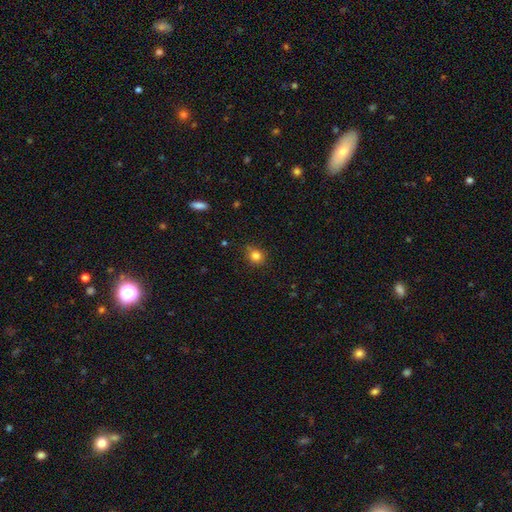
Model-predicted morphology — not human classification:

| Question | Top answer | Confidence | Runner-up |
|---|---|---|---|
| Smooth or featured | smooth | 82% | star or artifact (12%) |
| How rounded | round | 83% | in between (16%) |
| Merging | none | 82% | minor disturbance (13%) |